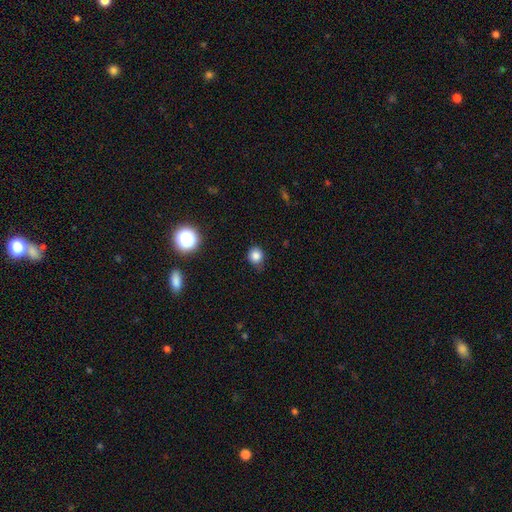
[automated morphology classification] Smooth or featured?
  - smooth: 82% *
  - star or artifact: 13%
  - featured or disk: 5%
How rounded?
  - round: 83% *
  - in between: 16%
  - cigar-shaped: 1%
Merging?
  - none: 73% *
  - minor disturbance: 21%
  - major disturbance: 4%
  - merger: 2%